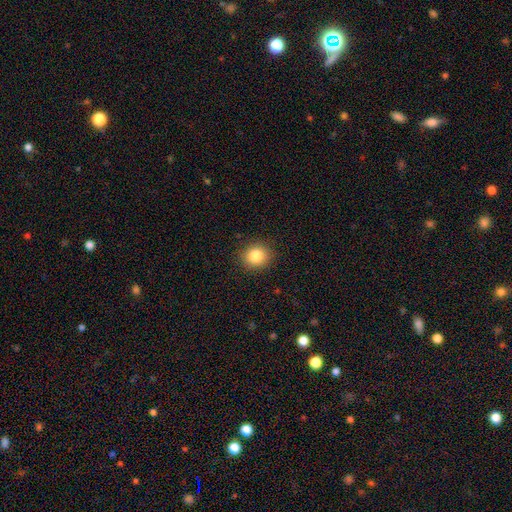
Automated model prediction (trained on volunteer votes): This appears to be a smooth galaxy with no disk features (84%) that is round (80%). Merging: none (90%).